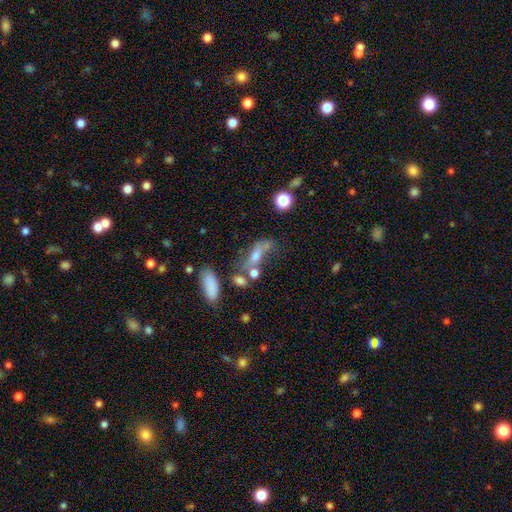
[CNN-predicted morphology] smooth-or-featured: featured or disk: 48% | smooth: 35% | star or artifact: 17%
  merging: none: 38% | minor disturbance: 21% | merger: 21% | major disturbance: 21%